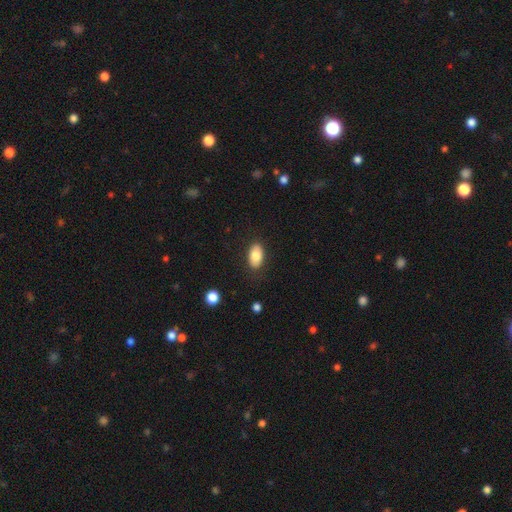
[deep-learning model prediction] smooth_or_featured: smooth (p=0.82) [alt: featured or disk p=0.11]
how_rounded: in between (p=0.92) [alt: round p=0.06]
merging: none (p=0.85) [alt: minor disturbance p=0.11]